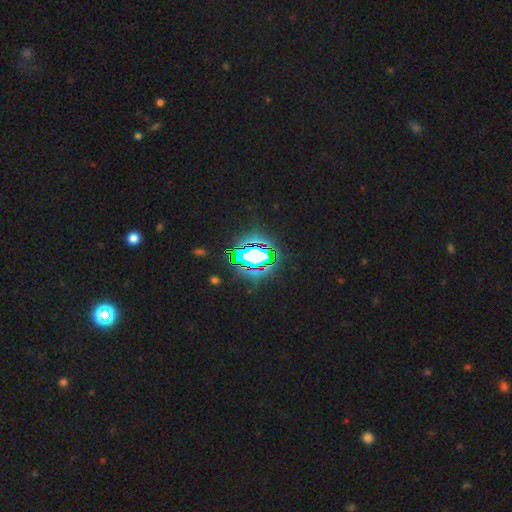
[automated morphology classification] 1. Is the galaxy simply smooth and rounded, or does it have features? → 68% star or artifact, 17% smooth, 15% featured or disk.